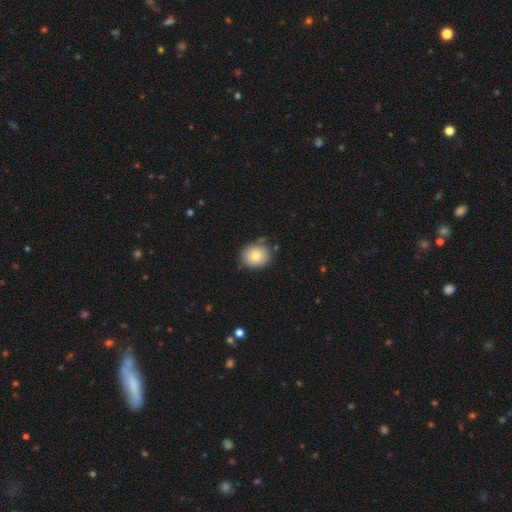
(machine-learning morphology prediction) This is likely a smooth galaxy (80%). How rounded: likely round (73%). Merging: likely none (80%).